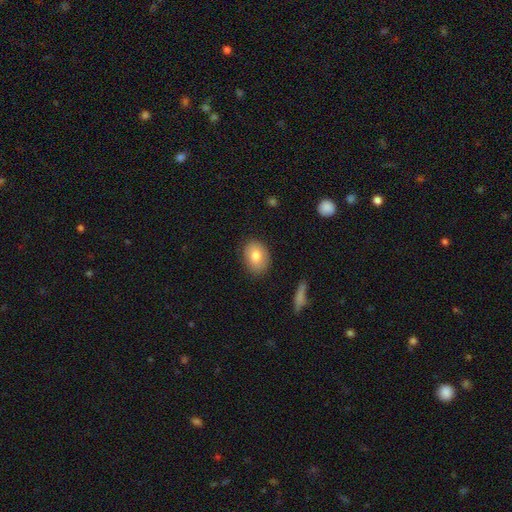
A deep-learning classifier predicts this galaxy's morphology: Smooth or featured? Predicted: smooth (p=0.80). How rounded? Predicted: in between (p=0.71). Merging? Predicted: none (p=0.83).